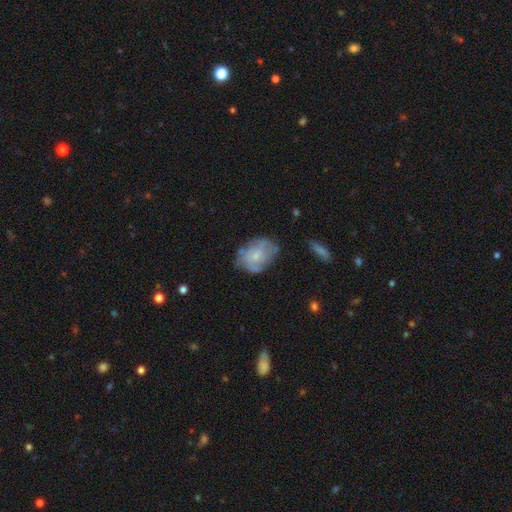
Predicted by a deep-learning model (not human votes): smooth-or-featured: featured or disk: 49% | smooth: 43% | star or artifact: 7%
  merging: none: 57% | minor disturbance: 28% | major disturbance: 12% | merger: 3%